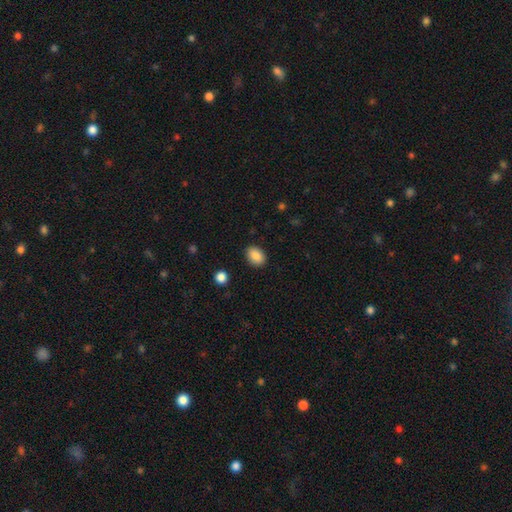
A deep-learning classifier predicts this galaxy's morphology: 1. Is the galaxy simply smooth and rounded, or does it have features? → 88% smooth, 8% star or artifact, 4% featured or disk.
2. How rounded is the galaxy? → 76% in between, 23% round, 1% cigar-shaped.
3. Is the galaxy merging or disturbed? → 88% none, 9% minor disturbance, 2% major disturbance, 1% merger.